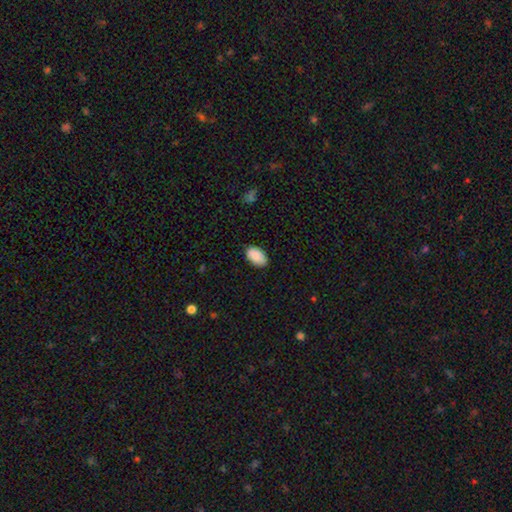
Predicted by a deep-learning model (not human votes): Smooth or featured? Predicted: smooth (p=0.90). How rounded? Predicted: in between (p=0.93). Merging? Predicted: none (p=0.84).